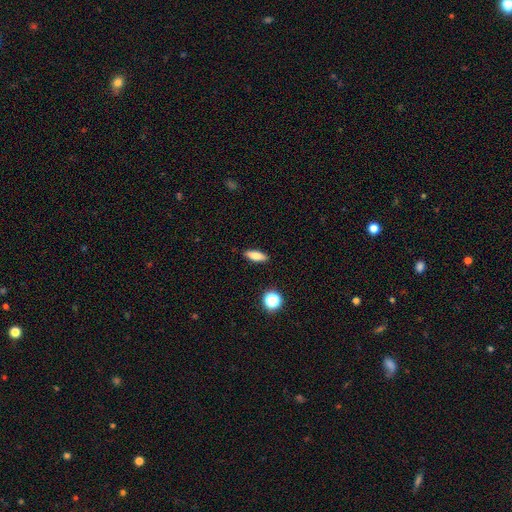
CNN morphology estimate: A smooth galaxy with no disk features (79%) that is in between round and cigar-shaped (62%). Merging: none (89%).